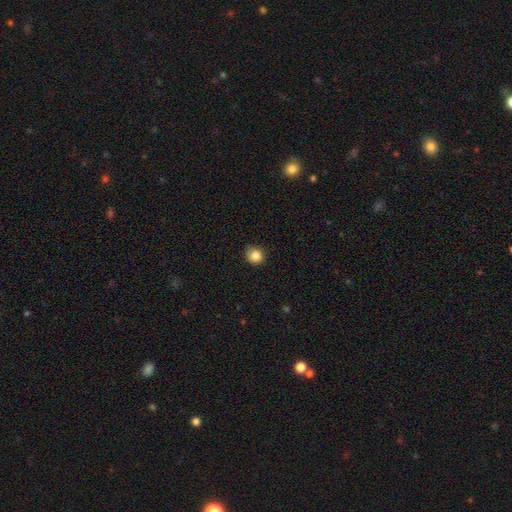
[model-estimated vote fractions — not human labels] Overall: smooth (84%). How rounded: round (86%). Merging: none (81%).